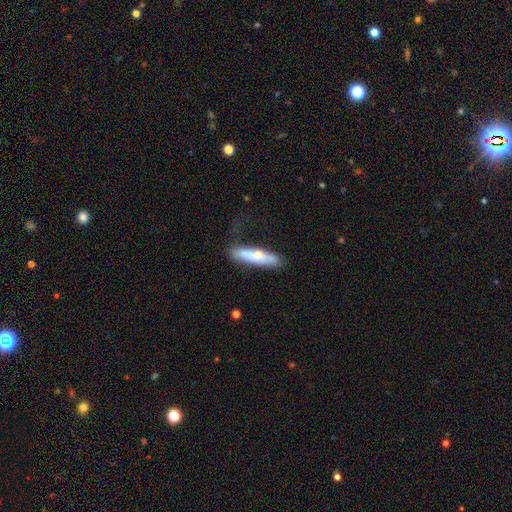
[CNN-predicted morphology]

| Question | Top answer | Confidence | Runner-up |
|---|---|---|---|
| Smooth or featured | smooth | 58% | featured or disk (36%) |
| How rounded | cigar-shaped | 73% | in between (25%) |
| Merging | none | 61% | minor disturbance (25%) |